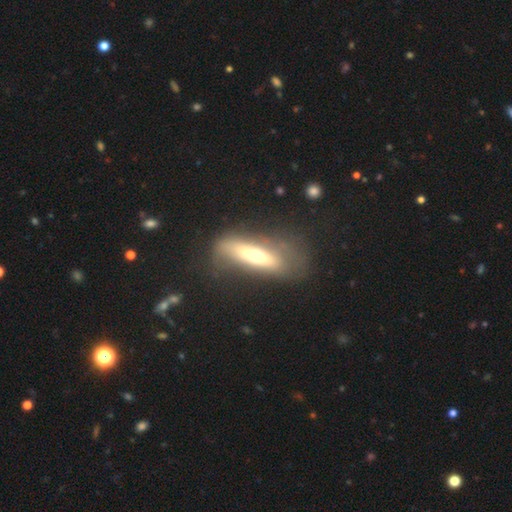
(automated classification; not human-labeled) Smooth or featured: featured or disk — 51% (smooth — 42%)
Edge-on disk: yes — 54% (no — 46%)
Merging: none — 56% (major disturbance — 21%)